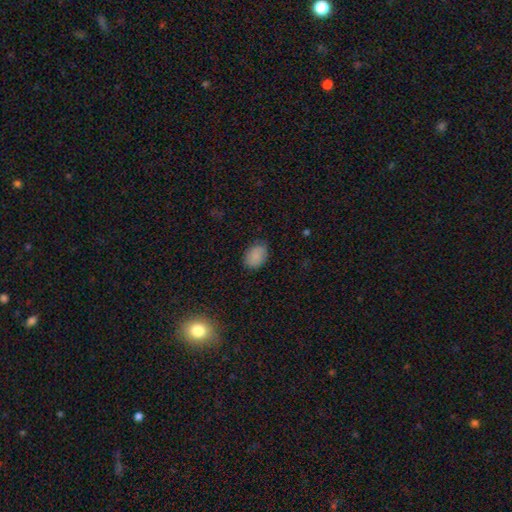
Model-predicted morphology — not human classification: Overall: smooth (85%). How rounded: in between (77%). Merging: none (82%).